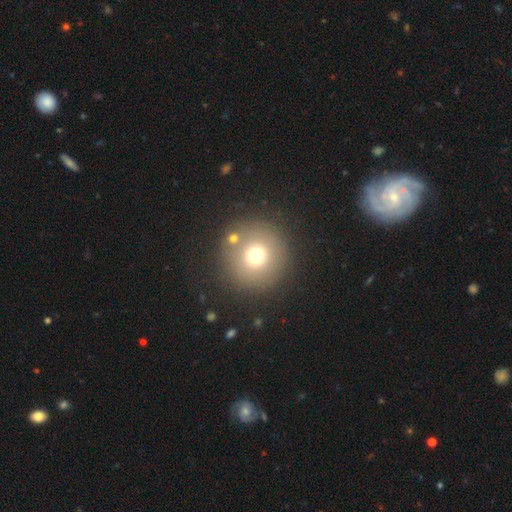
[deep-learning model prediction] smooth-or-featured: smooth: 71% | star or artifact: 16% | featured or disk: 13%
  how-rounded: round: 96% | in between: 3% | cigar-shaped: 1%
  merging: none: 81% | minor disturbance: 8% | merger: 7% | major disturbance: 4%